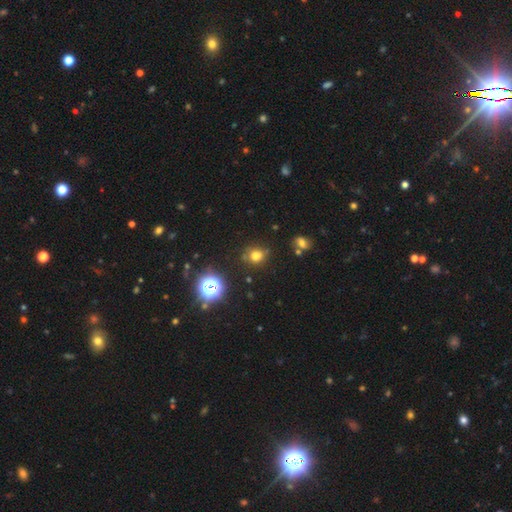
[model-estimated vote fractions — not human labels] smooth 71%, star or artifact 21%, featured or disk 8%. Down the decision tree: how rounded — round (74%); merging — none (73%).